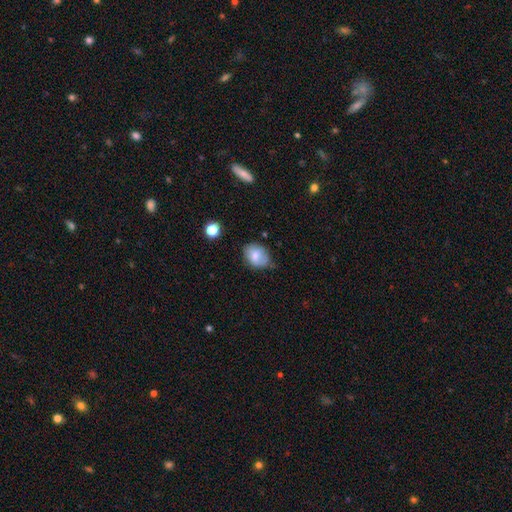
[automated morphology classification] Smooth or featured? smooth (73%)
How rounded? in between (59%)
Merging? none (59%)